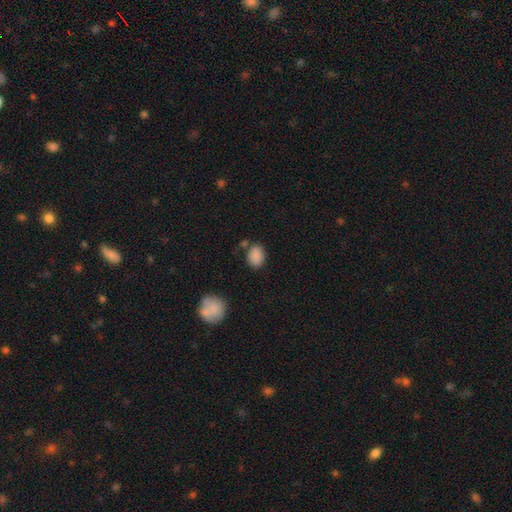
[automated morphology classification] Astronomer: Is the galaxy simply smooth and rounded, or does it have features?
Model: smooth — 87%.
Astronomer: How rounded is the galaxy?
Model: in between — 73%.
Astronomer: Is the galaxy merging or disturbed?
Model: none — 72%.